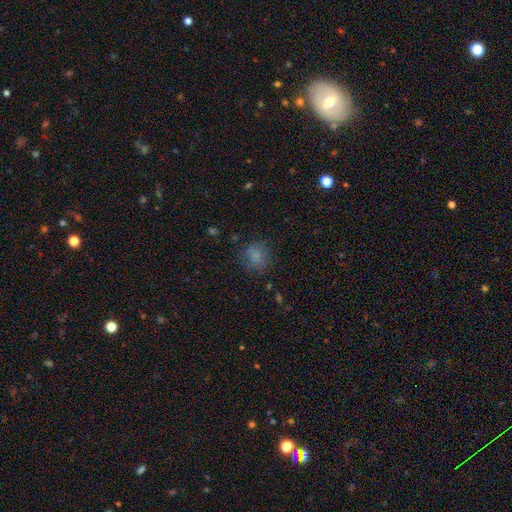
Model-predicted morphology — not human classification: smooth 78%, star or artifact 14%, featured or disk 9%. Down the decision tree: how rounded — round (76%); merging — none (73%).